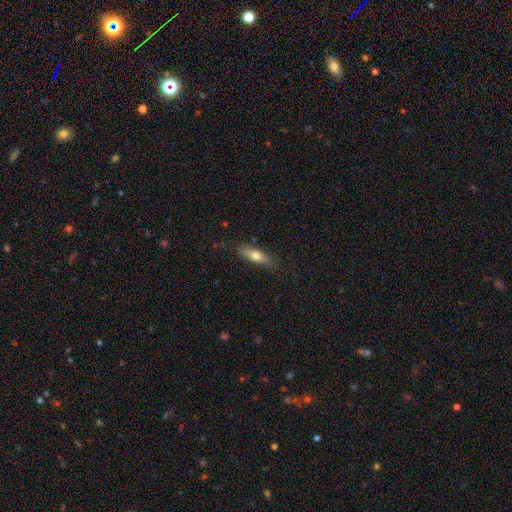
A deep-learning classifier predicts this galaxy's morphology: Smooth or featured? Predicted: smooth (p=0.65). How rounded? Predicted: cigar-shaped (p=0.57). Merging? Predicted: none (p=0.83).